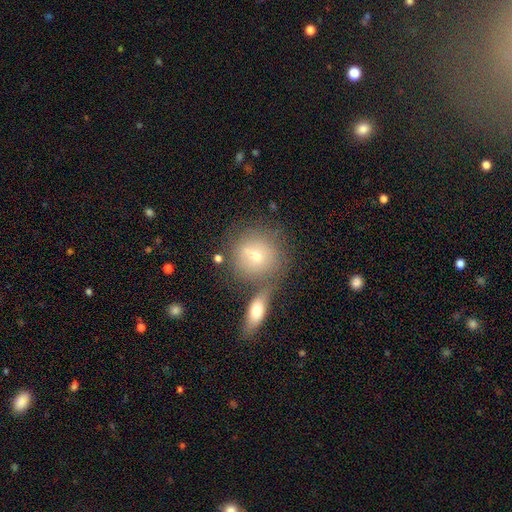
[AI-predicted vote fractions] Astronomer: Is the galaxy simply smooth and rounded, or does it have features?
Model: smooth — 65%.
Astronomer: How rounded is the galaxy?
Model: round — 88%.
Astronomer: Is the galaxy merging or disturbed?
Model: none — 60%.